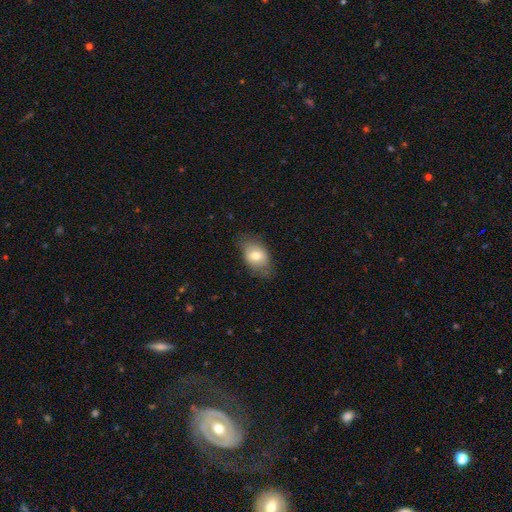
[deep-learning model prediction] Overall: smooth (73%). How rounded: in between (79%). Merging: none (72%).